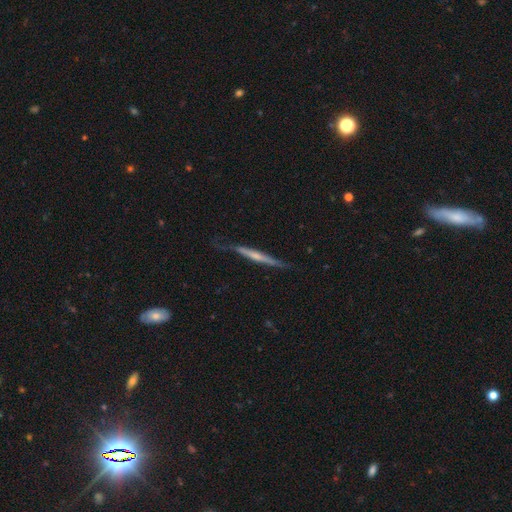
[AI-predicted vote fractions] This appears to be a featured or disk galaxy (63%) viewed edge-on (95%) with no central bulge (51%). Merging: none (73%).